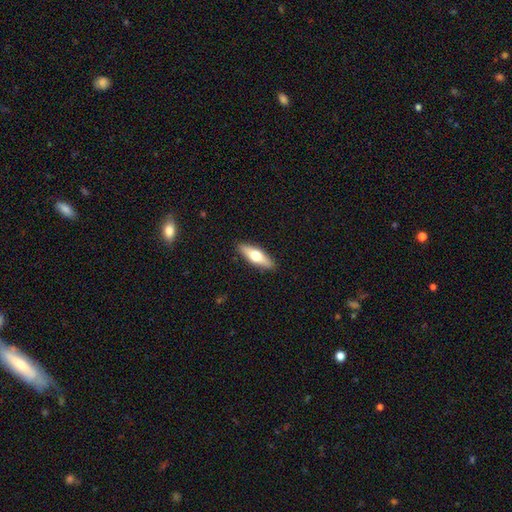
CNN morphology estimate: Smooth or featured? Predicted: smooth (p=0.51). How rounded? Predicted: cigar-shaped (p=0.50). Merging? Predicted: none (p=0.90).